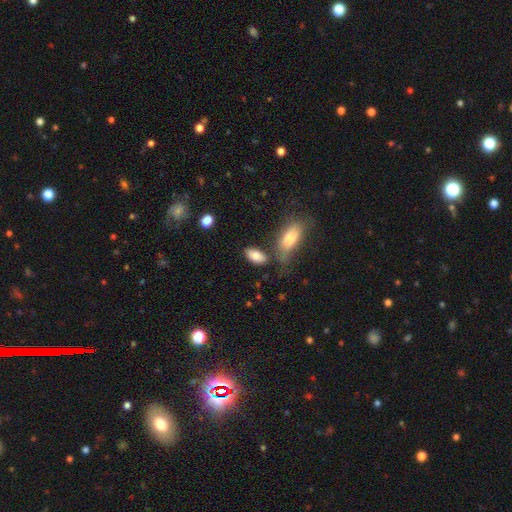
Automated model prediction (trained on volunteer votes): The model was most divided on "merging": none: 67%, minor disturbance: 16%, merger: 12%, major disturbance: 5%. More confident: how rounded — in between (92%); smooth or featured — smooth (83%).